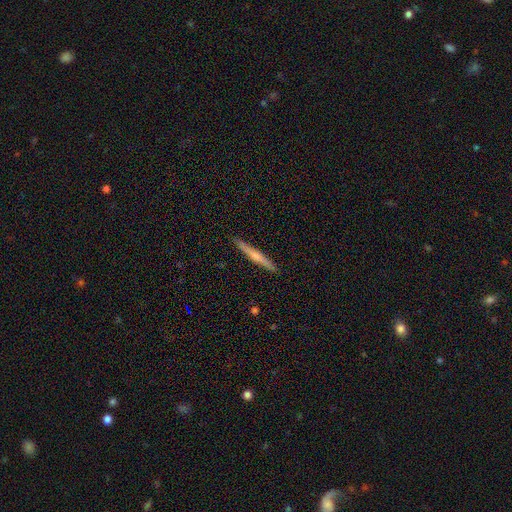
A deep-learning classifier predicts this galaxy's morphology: smooth-or-featured: featured or disk: 51% | smooth: 43% | star or artifact: 6%
  disk-edge-on: yes: 98% | no: 2%
  merging: none: 92% | minor disturbance: 6% | major disturbance: 1% | merger: 1%